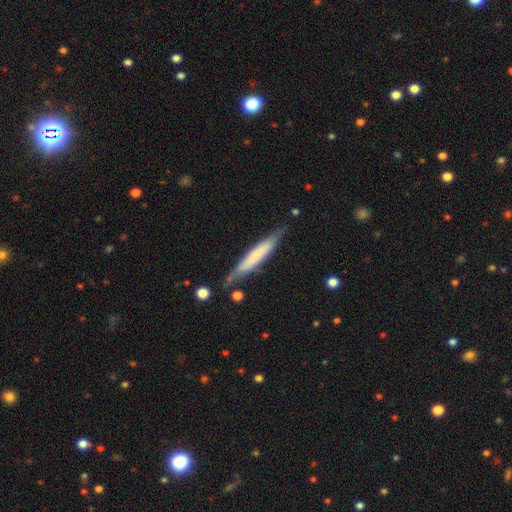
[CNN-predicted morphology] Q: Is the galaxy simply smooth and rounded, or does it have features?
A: smooth — 54%.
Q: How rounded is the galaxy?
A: cigar-shaped — 93%.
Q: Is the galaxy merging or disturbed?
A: none — 75%.